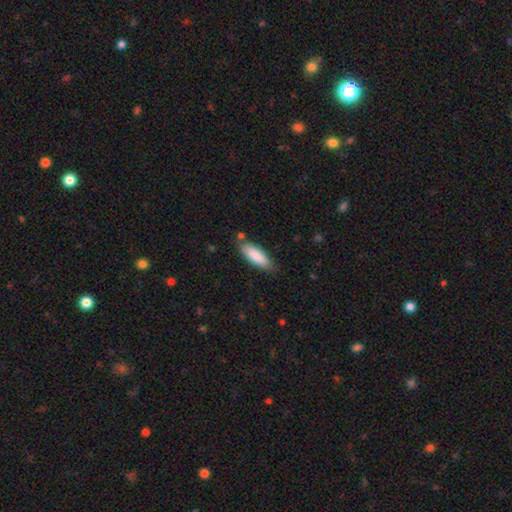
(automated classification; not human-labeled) smooth-or-featured: smooth: 87% | featured or disk: 7% | star or artifact: 6%
  how-rounded: in between: 57% | cigar-shaped: 42% | round: 1%
  merging: none: 79% | minor disturbance: 14% | merger: 3% | major disturbance: 3%